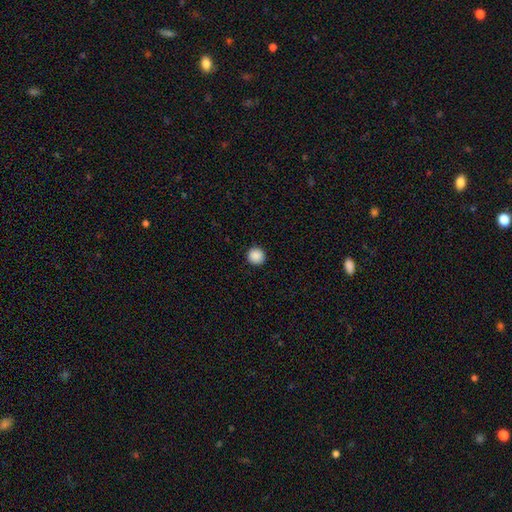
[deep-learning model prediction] Overall: smooth (89%). How rounded: round (94%). Merging: none (92%).